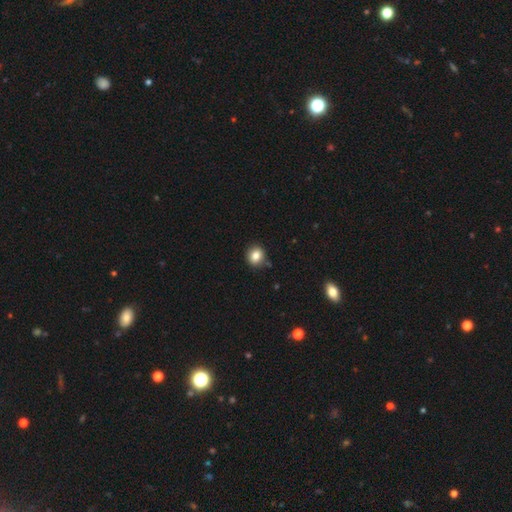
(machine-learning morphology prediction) Smooth or featured?
  - smooth: 84% *
  - star or artifact: 10%
  - featured or disk: 6%
How rounded?
  - round: 77% *
  - in between: 22%
  - cigar-shaped: 1%
Merging?
  - none: 86% *
  - minor disturbance: 9%
  - merger: 3%
  - major disturbance: 2%